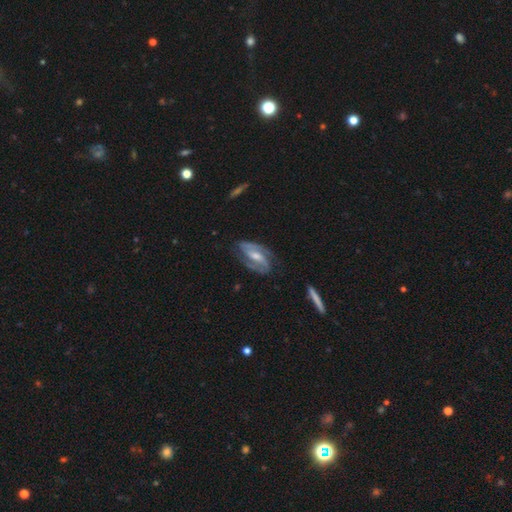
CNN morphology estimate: Smooth or featured? featured or disk (88%)
Edge-on disk? no (96%)
Bar? weak (42%)
Spiral arms? yes (96%)
Spiral winding? medium (50%)
Spiral arm count? 2 (89%)
Bulge size? moderate (59%)
Merging? none (75%)